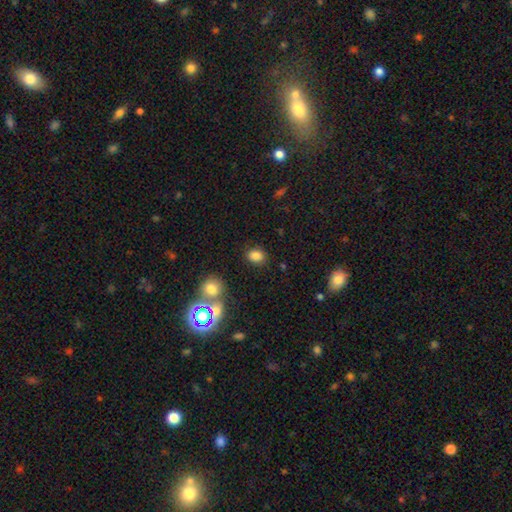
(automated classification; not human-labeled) Smooth or featured? smooth (81%)
How rounded? in between (55%)
Merging? none (83%)